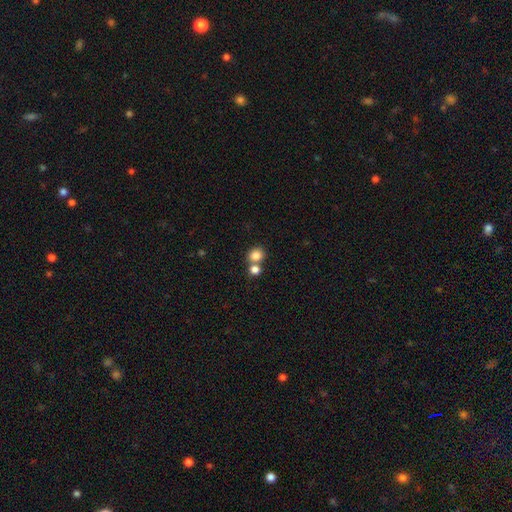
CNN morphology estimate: A smooth galaxy with no disk features (83%) that is round (80%). Merging: none (56%).